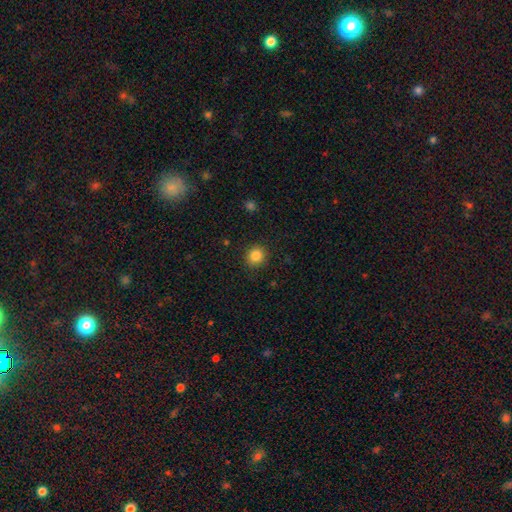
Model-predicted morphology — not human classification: This is clearly a smooth galaxy (85%). How rounded: clearly round (88%). Merging: clearly none (90%).